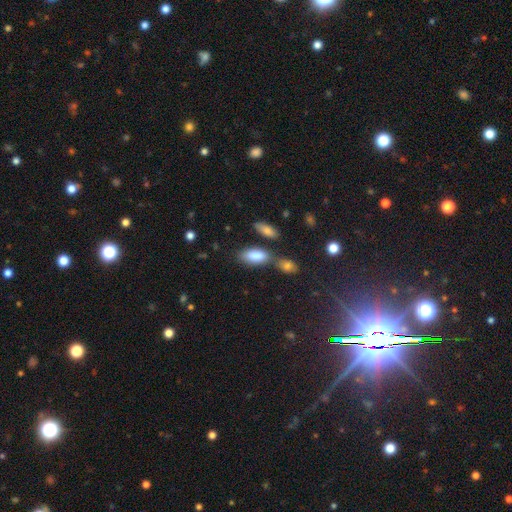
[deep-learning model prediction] smooth_or_featured: smooth (p=0.84) [alt: featured or disk p=0.09]
how_rounded: in between (p=0.86) [alt: cigar-shaped p=0.11]
merging: none (p=0.57) [alt: merger p=0.23]